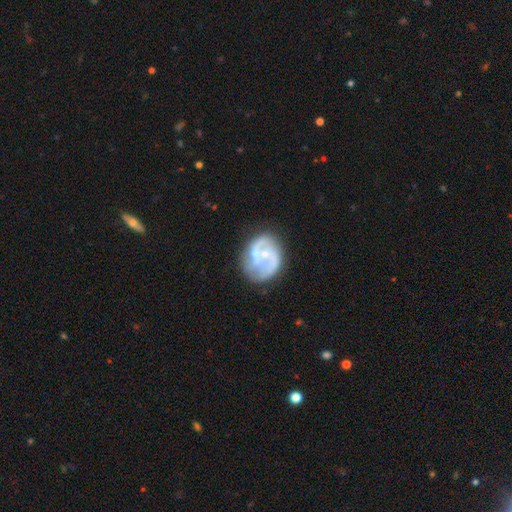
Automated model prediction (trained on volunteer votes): The model was most divided on "bar": no: 61%, weak: 31%, strong: 8%. More confident: edge-on disk — no (98%); spiral arms — yes (71%); smooth or featured — featured or disk (71%); bulge size — small (61%); merging — none (55%).